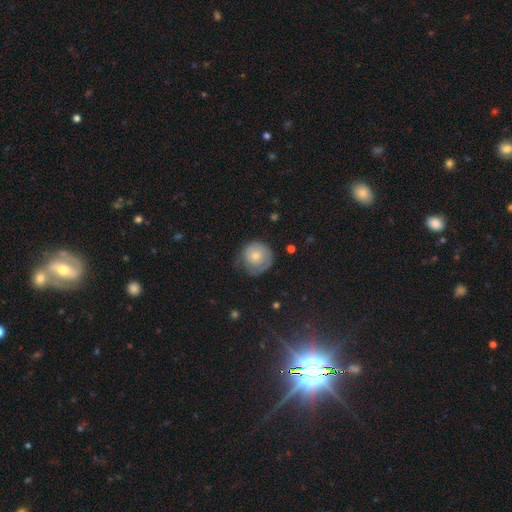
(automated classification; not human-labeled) Smooth or featured? smooth (63%)
How rounded? round (91%)
Merging? none (55%)